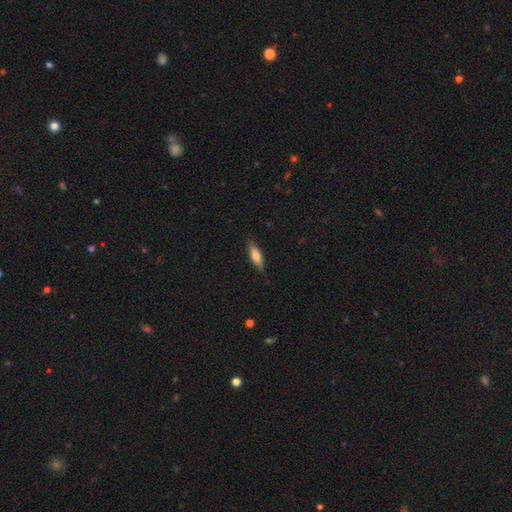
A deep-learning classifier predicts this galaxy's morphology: Smooth or featured? Predicted: smooth (p=0.69). How rounded? Predicted: cigar-shaped (p=0.50). Merging? Predicted: none (p=0.86).